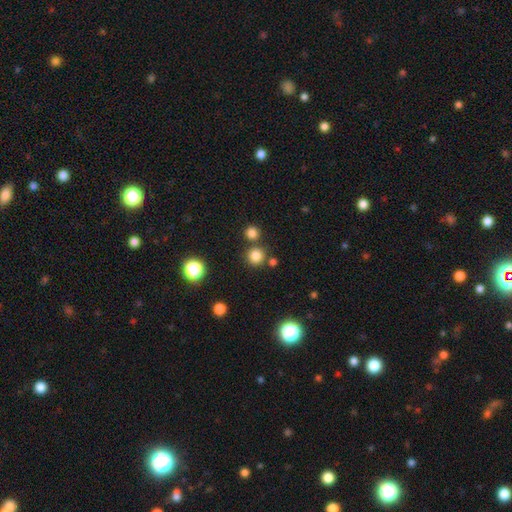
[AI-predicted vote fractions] This is clearly a smooth galaxy (80%). How rounded: clearly round (93%). Merging: likely none (80%).